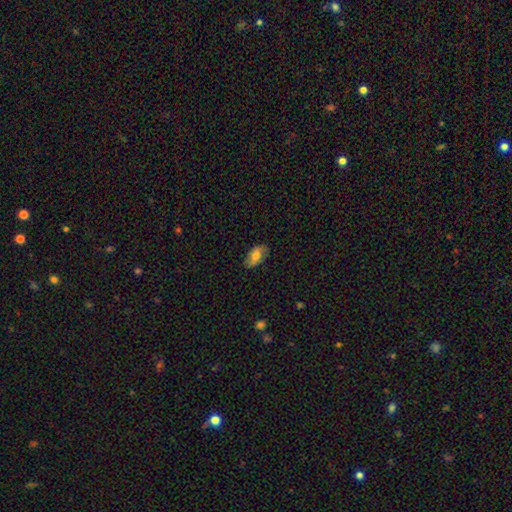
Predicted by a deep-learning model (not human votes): Morphology: type=smooth (66%); roundness=in between (92%); merging=none (76%).